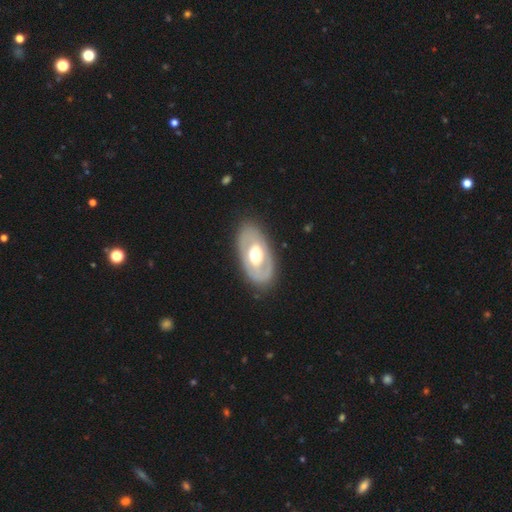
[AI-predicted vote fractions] This is possibly a featured or disk galaxy (60%). It is clearly not viewed edge-on (90%). Bar: likely no (76%). Spiral arm pattern: clearly no (81%). Central bulge: possibly moderate (60%). Merging: clearly none (82%).